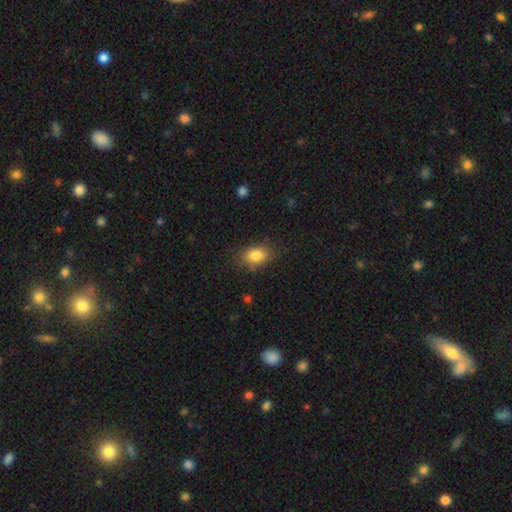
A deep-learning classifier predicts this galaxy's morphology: type=smooth (83%); roundness=in between (79%); merging=none (79%).